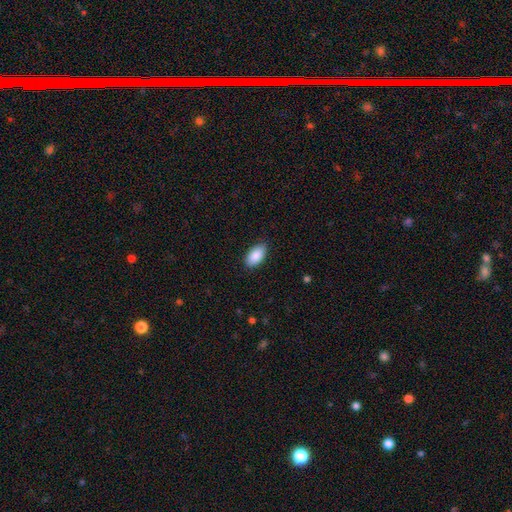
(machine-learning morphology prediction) A smooth galaxy with no disk features (89%) that is in between round and cigar-shaped (94%). Merging: none (85%).